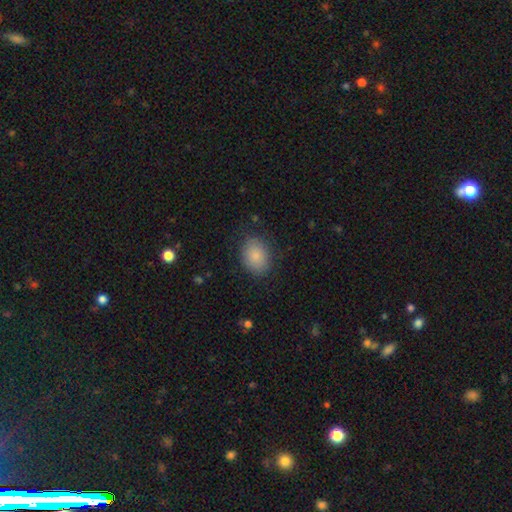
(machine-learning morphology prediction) smooth 85%, star or artifact 8%, featured or disk 7%. Down the decision tree: how rounded — in between (67%); merging — none (82%).